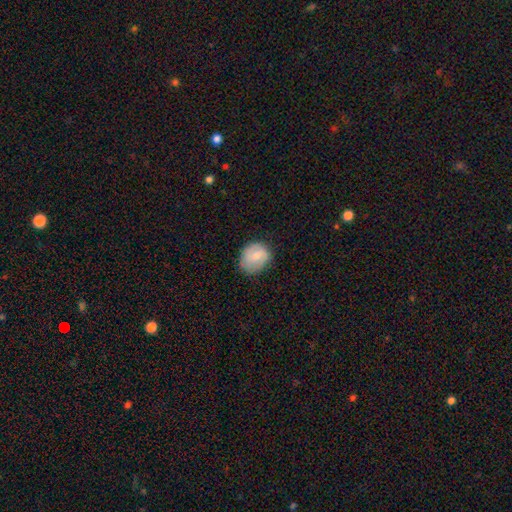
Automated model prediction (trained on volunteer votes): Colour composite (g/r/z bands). It shows a smooth galaxy with no disk features (67%) that is round (64%). Merging: none (71%).